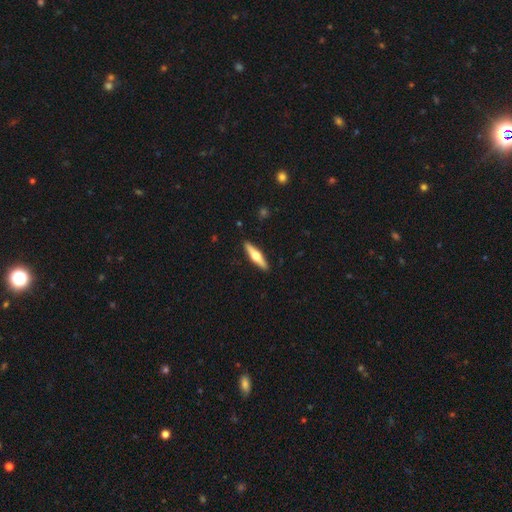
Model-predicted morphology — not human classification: type=featured or disk (59%); edge-on=yes (96%); edge-on bulge=rounded (95%); merging=none (91%).